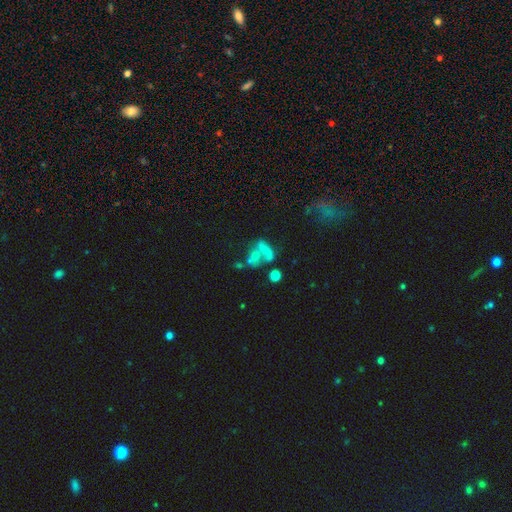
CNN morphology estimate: Smooth or featured?
  - smooth: 41% *
  - featured or disk: 34%
  - star or artifact: 24%
Merging?
  - merger: 42% *
  - none: 27%
  - major disturbance: 20%
  - minor disturbance: 12%